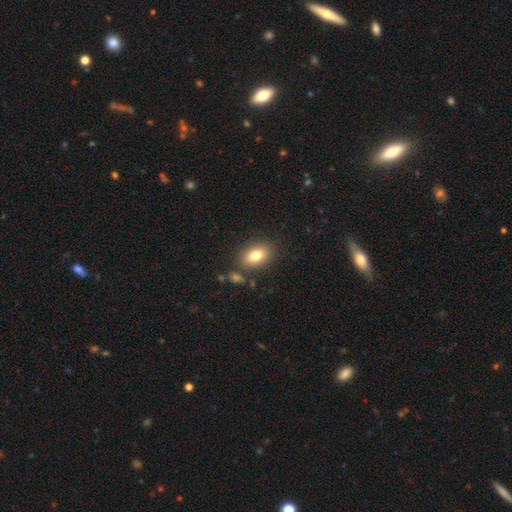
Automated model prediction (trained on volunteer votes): smooth-or-featured: smooth: 80% | featured or disk: 11% | star or artifact: 9%
  how-rounded: in between: 83% | round: 15% | cigar-shaped: 2%
  merging: none: 80% | minor disturbance: 11% | merger: 5% | major disturbance: 3%